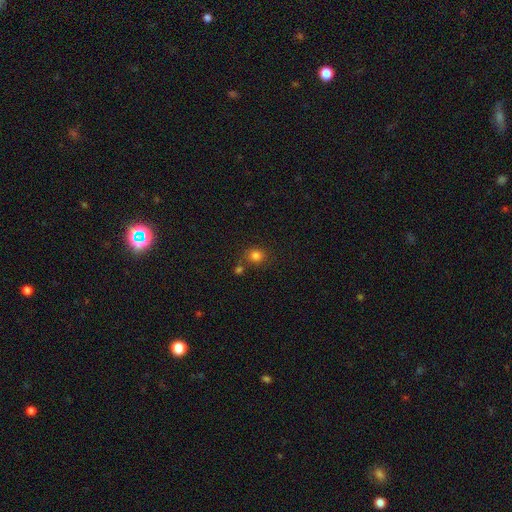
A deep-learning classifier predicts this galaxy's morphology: smooth-or-featured: smooth: 81% | star or artifact: 14% | featured or disk: 6%
  how-rounded: round: 81% | in between: 18% | cigar-shaped: 1%
  merging: none: 71% | merger: 14% | minor disturbance: 11% | major disturbance: 4%